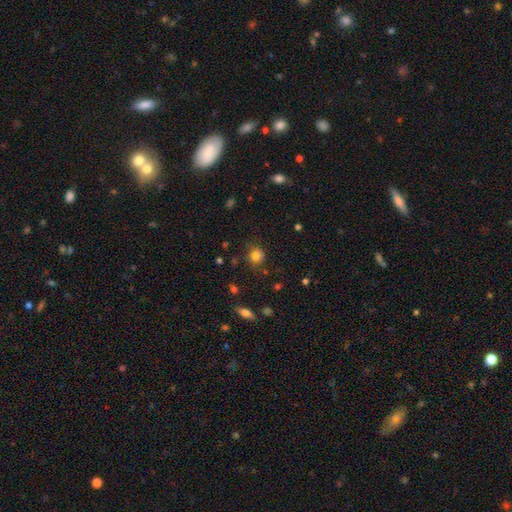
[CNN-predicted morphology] smooth_or_featured: smooth (p=0.80) [alt: star or artifact p=0.13]
how_rounded: round (p=0.87) [alt: in between p=0.12]
merging: none (p=0.79) [alt: minor disturbance p=0.14]